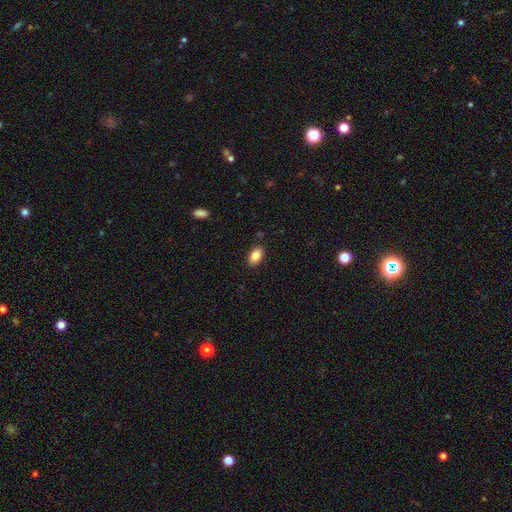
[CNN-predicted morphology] This appears to be a smooth galaxy with no disk features (85%) that is in between round and cigar-shaped (92%). Merging: none (87%).